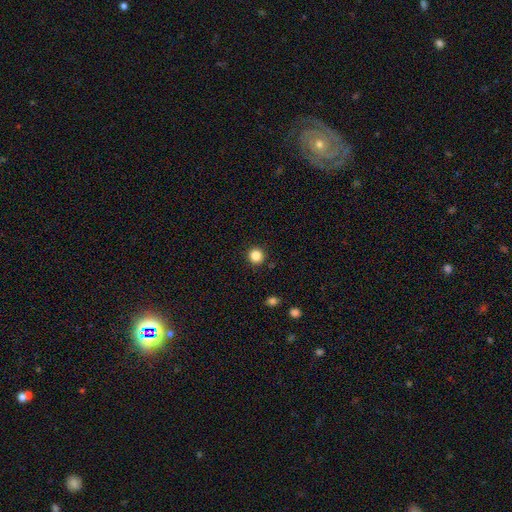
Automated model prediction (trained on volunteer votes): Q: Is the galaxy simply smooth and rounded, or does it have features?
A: smooth — 85%.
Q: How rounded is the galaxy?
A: round — 95%.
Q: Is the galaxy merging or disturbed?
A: none — 92%.